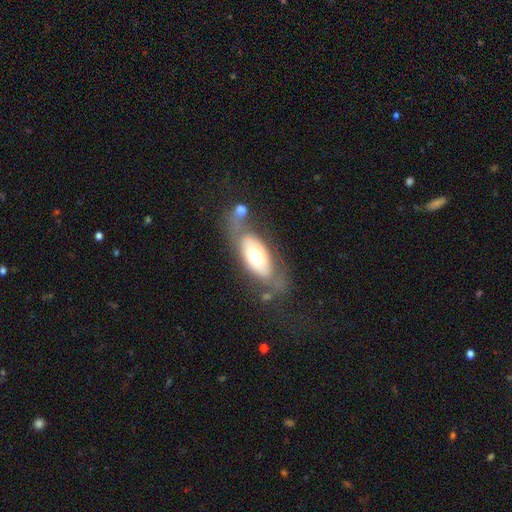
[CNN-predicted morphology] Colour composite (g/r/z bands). It shows a smooth galaxy with no disk features (49%). Merging: none (43%).